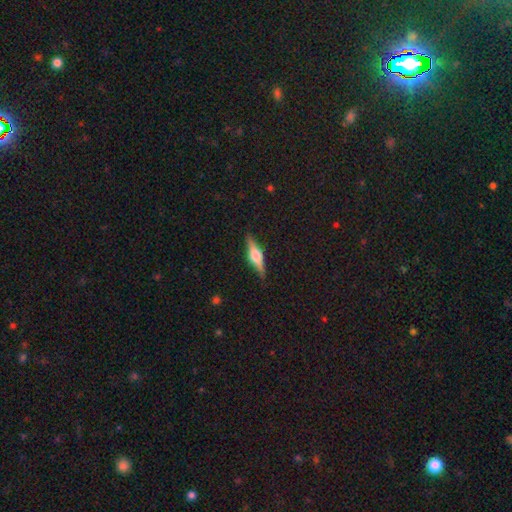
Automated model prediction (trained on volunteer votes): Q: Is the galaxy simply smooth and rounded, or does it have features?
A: featured or disk — 67%.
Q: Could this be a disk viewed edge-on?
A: yes — 97%.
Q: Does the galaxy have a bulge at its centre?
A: rounded — 91%.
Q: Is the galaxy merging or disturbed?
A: none — 89%.